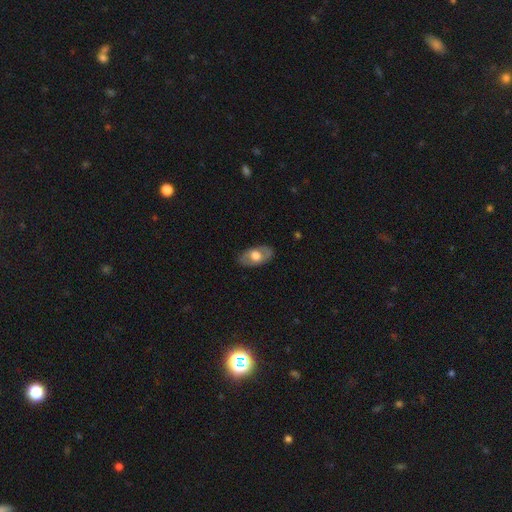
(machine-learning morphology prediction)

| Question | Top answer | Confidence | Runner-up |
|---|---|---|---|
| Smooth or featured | smooth | 52% | featured or disk (43%) |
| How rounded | in between | 91% | round (7%) |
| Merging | none | 82% | minor disturbance (13%) |